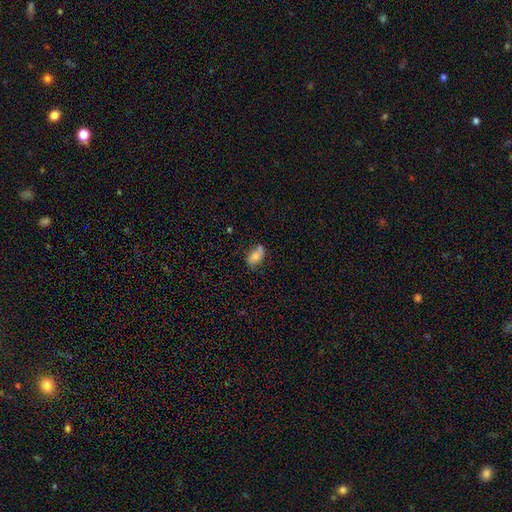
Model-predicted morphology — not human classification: Smooth or featured? Predicted: smooth (p=0.71). How rounded? Predicted: in between (p=0.89). Merging? Predicted: none (p=0.64).